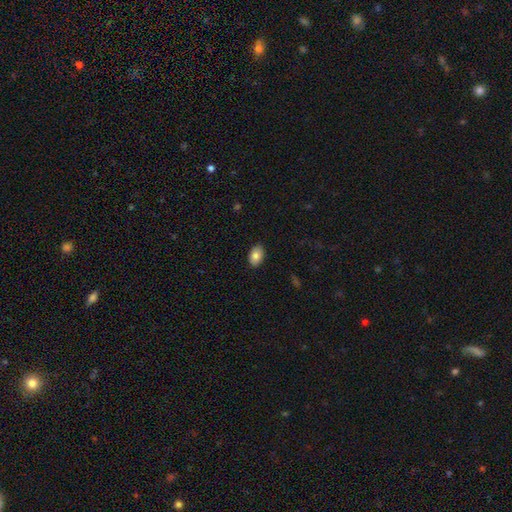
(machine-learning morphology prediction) Overall: smooth (84%). How rounded: in between (88%). Merging: none (89%).